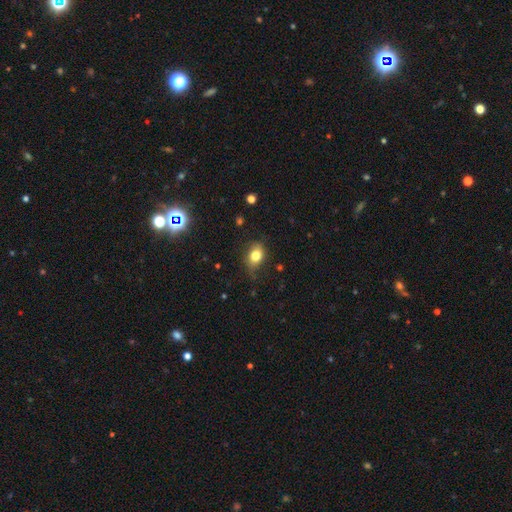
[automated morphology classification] This is likely a smooth galaxy (79%). How rounded: likely in between (69%). Merging: likely none (68%).